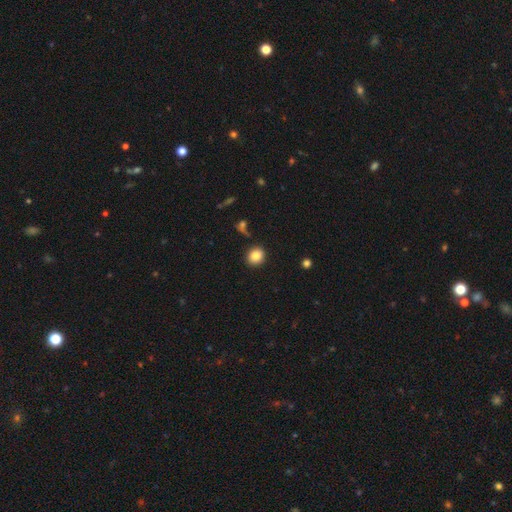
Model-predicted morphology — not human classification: Smooth or featured? smooth (84%)
How rounded? round (80%)
Merging? none (86%)